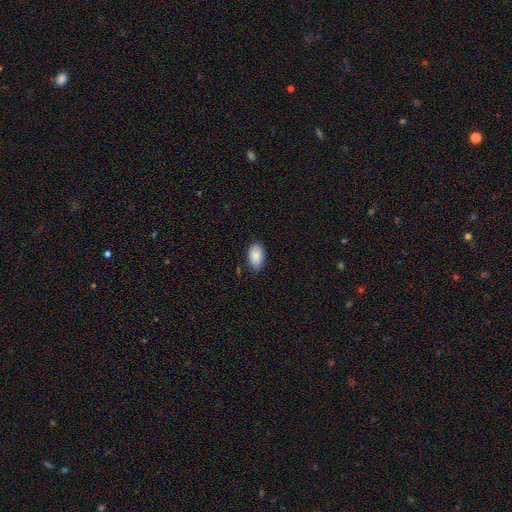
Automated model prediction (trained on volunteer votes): smooth-or-featured: smooth: 89% | star or artifact: 6% | featured or disk: 5%
  how-rounded: in between: 94% | round: 5% | cigar-shaped: 1%
  merging: none: 83% | minor disturbance: 14% | major disturbance: 2% | merger: 1%